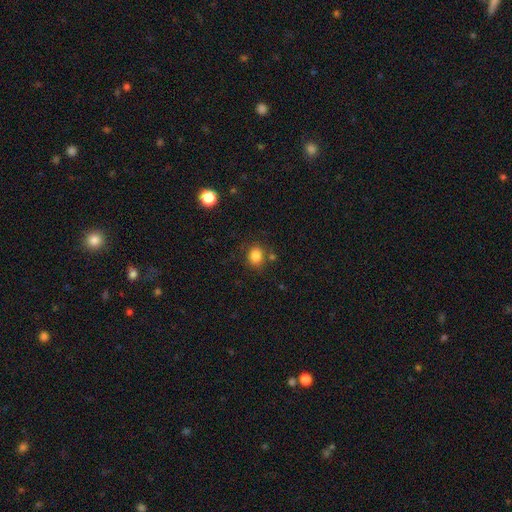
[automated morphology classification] Smooth or featured: smooth — 83% (star or artifact — 11%)
How rounded: round — 63% (in between — 36%)
Merging: none — 76% (minor disturbance — 13%)